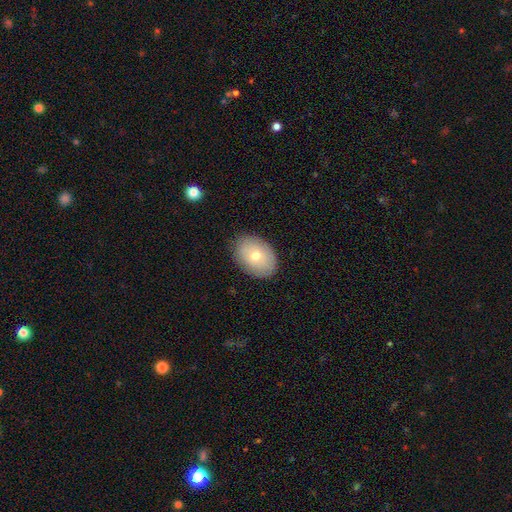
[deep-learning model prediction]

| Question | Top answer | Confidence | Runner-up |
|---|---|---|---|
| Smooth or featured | smooth | 72% | featured or disk (21%) |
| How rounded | in between | 81% | round (19%) |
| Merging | none | 86% | minor disturbance (11%) |